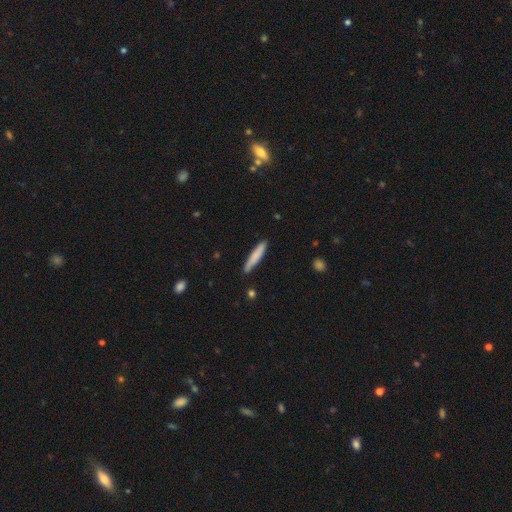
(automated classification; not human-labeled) This appears to be a smooth galaxy with no disk features (77%) that is cigar-shaped (92%). Merging: none (85%).